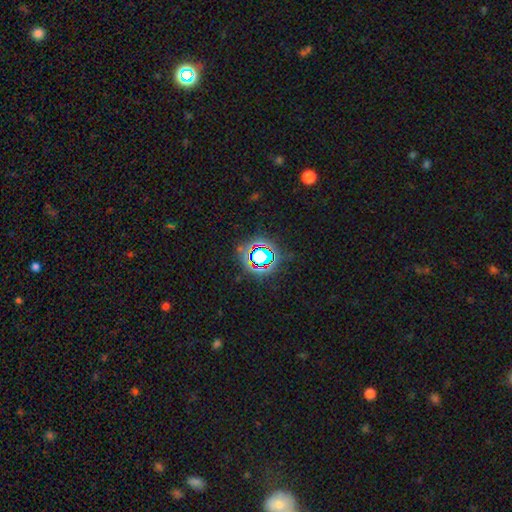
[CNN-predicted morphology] A star or artifact, not a galaxy (66%).

Vote fractions:
- Smooth or featured? star or artifact: 66% / smooth: 22% / featured or disk: 12%